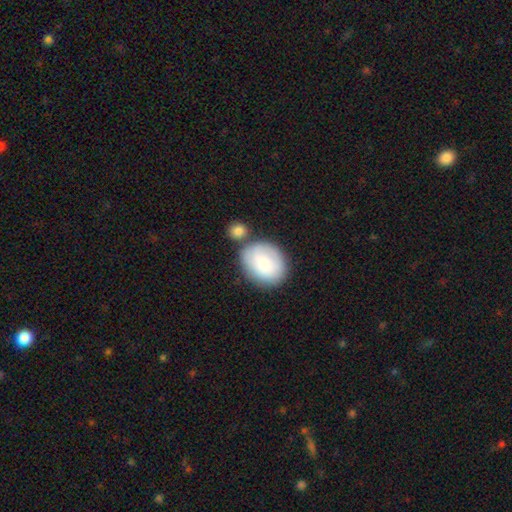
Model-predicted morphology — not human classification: A smooth galaxy with no disk features (75%) that is in between round and cigar-shaped (50%).

Vote fractions:
- Smooth or featured? smooth: 75% / featured or disk: 17% / star or artifact: 7%
- How rounded? in between: 50% / round: 49% / cigar-shaped: 1%
- Merging? none: 56% / merger: 22% / minor disturbance: 17% / major disturbance: 5%